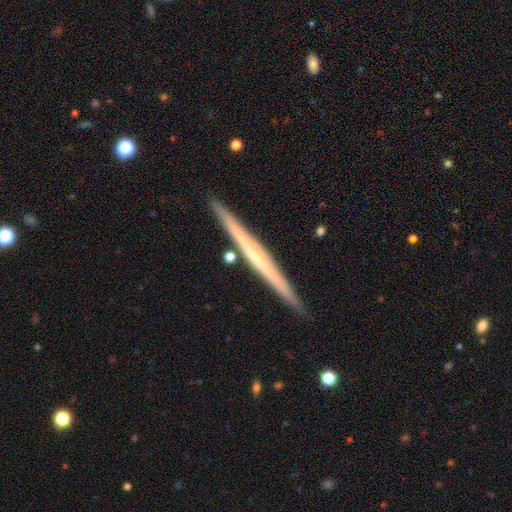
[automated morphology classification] smooth_or_featured: featured or disk (p=0.69) [alt: smooth p=0.25]
disk_edge_on: yes (p=0.98) [alt: no p=0.02]
edge_on_bulge: none (p=0.64) [alt: rounded p=0.31]
merging: none (p=0.90) [alt: minor disturbance p=0.07]